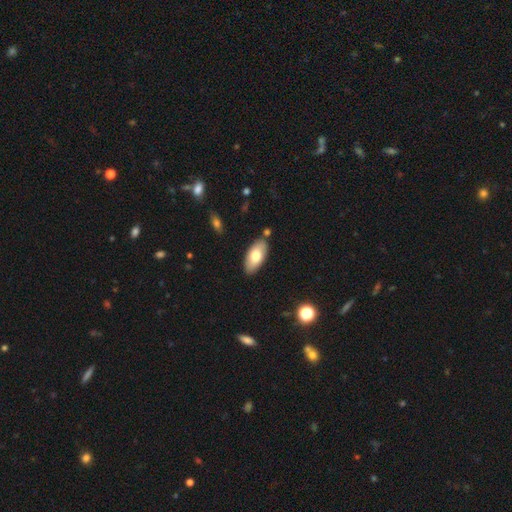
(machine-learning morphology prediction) Overall: smooth (74%). How rounded: in between (92%). Merging: none (83%).